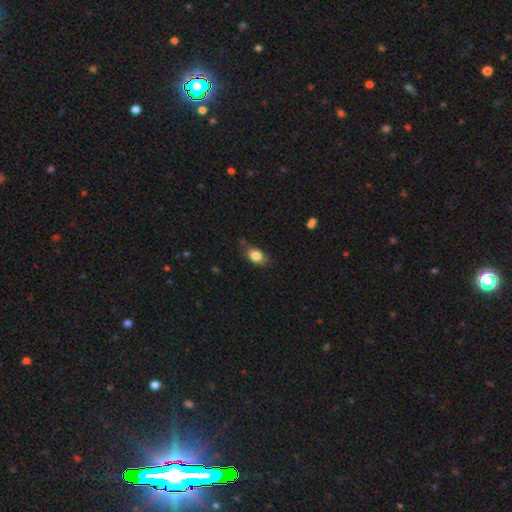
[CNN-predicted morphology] This appears to be a smooth galaxy with no disk features (83%) that is in between round and cigar-shaped (83%). Merging: none (75%).